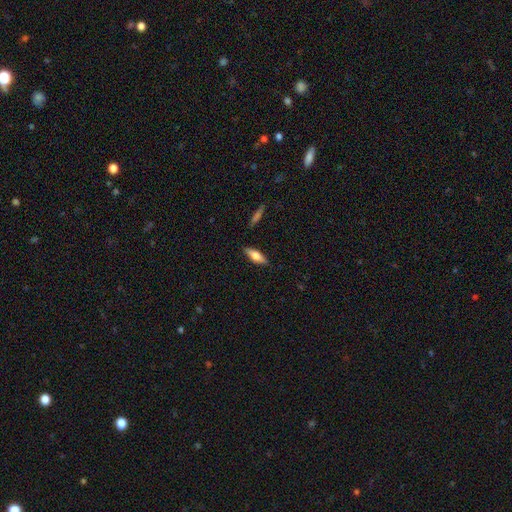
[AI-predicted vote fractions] Morphology: type=smooth (66%); roundness=in between (60%); merging=none (86%).